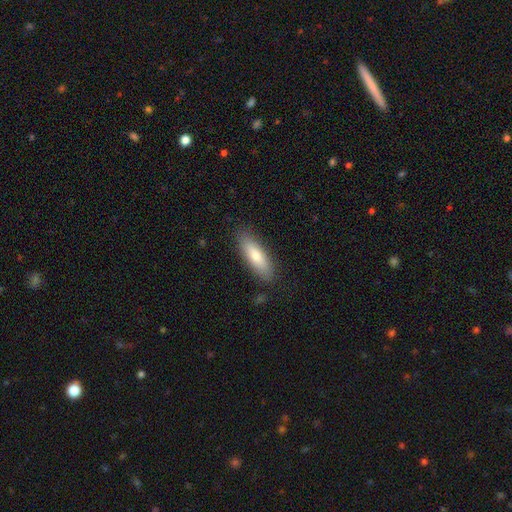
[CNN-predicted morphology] A smooth galaxy with no disk features (77%) that is in between round and cigar-shaped (50%).

Vote fractions:
- Smooth or featured? smooth: 77% / featured or disk: 17% / star or artifact: 6%
- How rounded? in between: 50% / cigar-shaped: 48% / round: 2%
- Merging? none: 86% / minor disturbance: 11% / major disturbance: 2% / merger: 1%